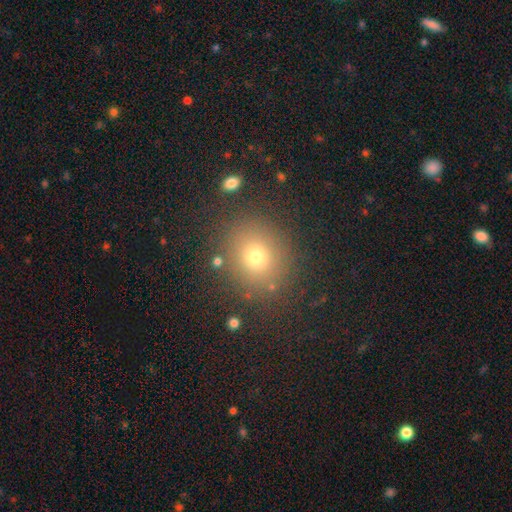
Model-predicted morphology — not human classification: A smooth galaxy with no disk features (69%) that is round (74%).

Vote fractions:
- Smooth or featured? smooth: 69% / star or artifact: 23% / featured or disk: 9%
- How rounded? round: 74% / in between: 24% / cigar-shaped: 1%
- Merging? none: 86% / minor disturbance: 8% / major disturbance: 3% / merger: 3%